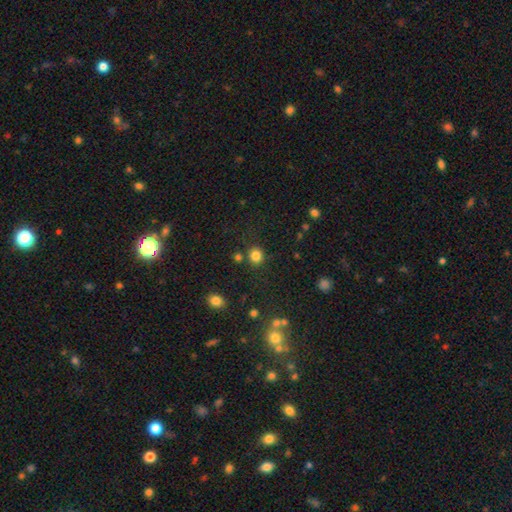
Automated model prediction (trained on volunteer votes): A smooth galaxy with no disk features (82%) that is round (85%).

Vote fractions:
- Smooth or featured? smooth: 82% / star or artifact: 13% / featured or disk: 5%
- How rounded? round: 85% / in between: 14% / cigar-shaped: 1%
- Merging? none: 82% / minor disturbance: 8% / merger: 6% / major disturbance: 3%